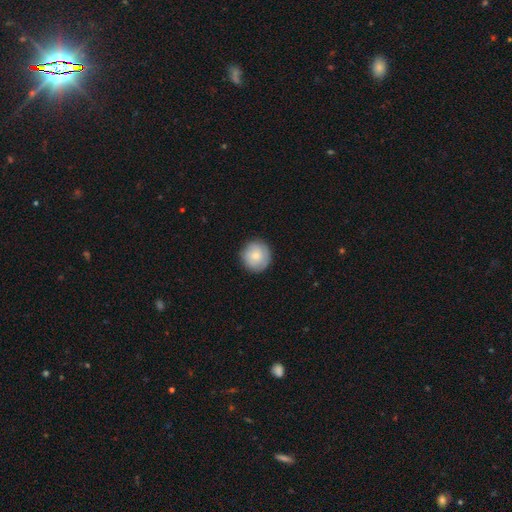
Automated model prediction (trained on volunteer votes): Smooth or featured: smooth — 75% (featured or disk — 18%)
How rounded: round — 94% (in between — 5%)
Merging: none — 87% (minor disturbance — 10%)